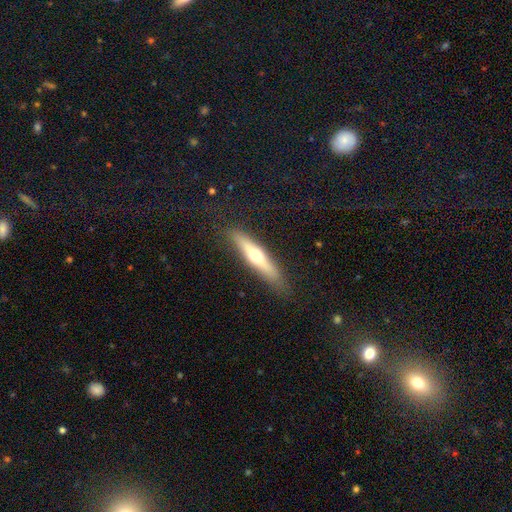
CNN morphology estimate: Overall: featured or disk (49%; smooth 45%). Merging: none (86%).